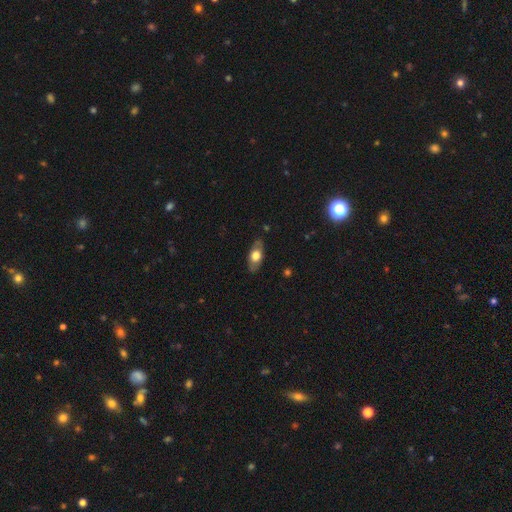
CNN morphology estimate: smooth_or_featured: smooth (p=0.58) [alt: featured or disk p=0.36]
how_rounded: in between (p=0.84) [alt: cigar-shaped p=0.10]
merging: none (p=0.81) [alt: minor disturbance p=0.15]